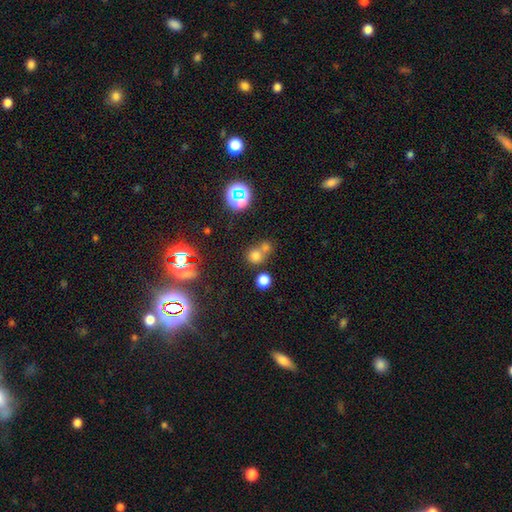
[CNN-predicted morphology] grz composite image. It shows a smooth galaxy with no disk features (68%) that is round (85%). Merging: none (49%).